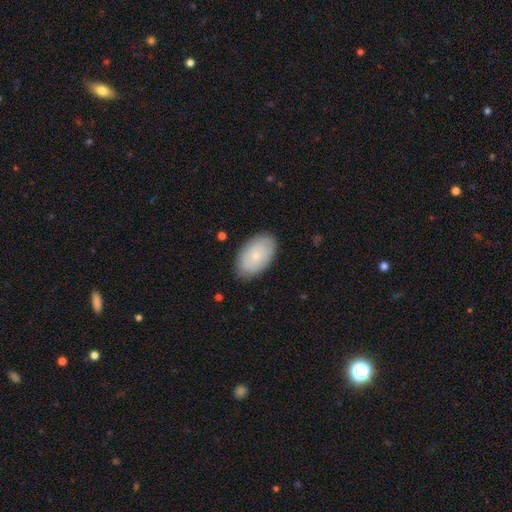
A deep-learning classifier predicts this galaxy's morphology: smooth-or-featured: smooth: 73% | featured or disk: 21% | star or artifact: 6%
  how-rounded: in between: 94% | round: 5% | cigar-shaped: 1%
  merging: none: 85% | minor disturbance: 12% | major disturbance: 3% | merger: 1%